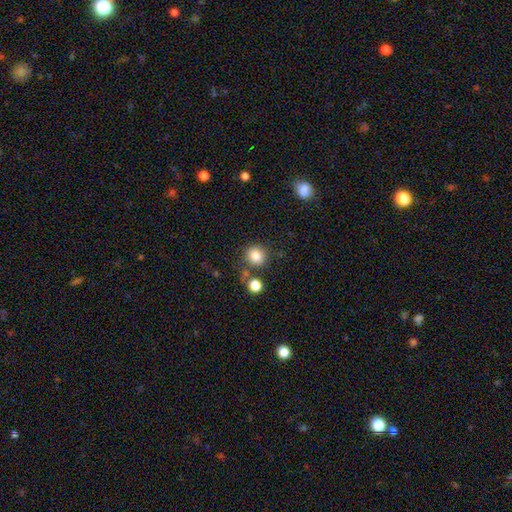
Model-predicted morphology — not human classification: smooth 83%, star or artifact 11%, featured or disk 6%. Down the decision tree: how rounded — round (87%); merging — none (78%).